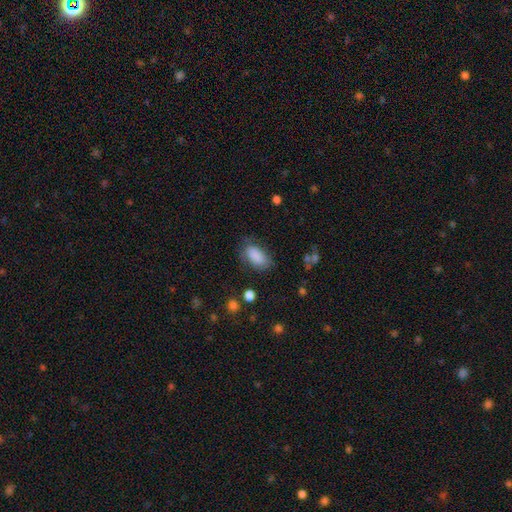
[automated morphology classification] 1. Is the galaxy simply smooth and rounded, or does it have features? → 86% smooth, 7% star or artifact, 6% featured or disk.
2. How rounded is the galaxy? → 92% in between, 4% round, 4% cigar-shaped.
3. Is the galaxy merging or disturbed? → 68% none, 22% minor disturbance, 8% major disturbance, 2% merger.